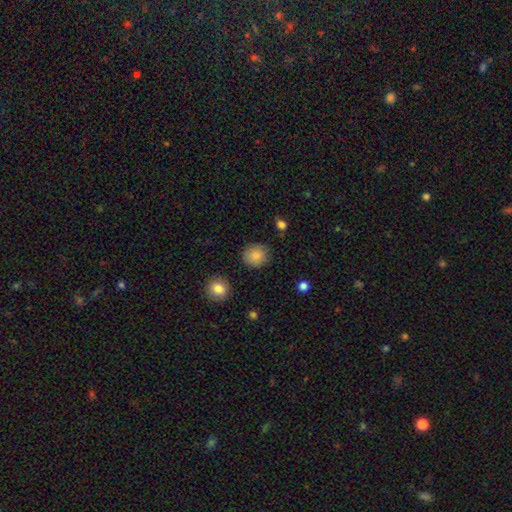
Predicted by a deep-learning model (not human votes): A smooth galaxy with no disk features (86%) that is round (86%). Merging: none (85%).